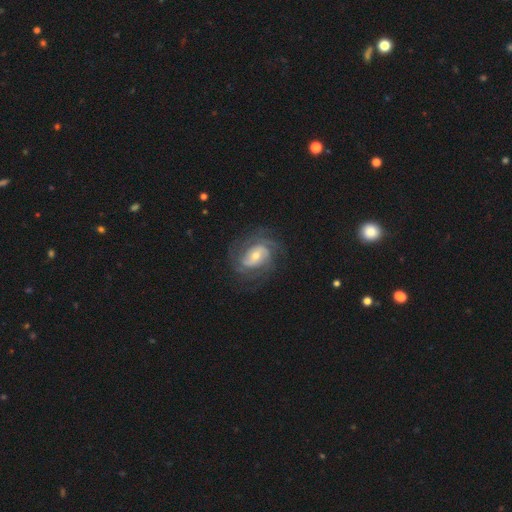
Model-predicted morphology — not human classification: The model was most divided on "bar": no: 44%, weak: 39%, strong: 17%. Remaining: edge-on disk — no (97%); spiral arms — yes (93%); smooth or featured — featured or disk (83%); merging — none (71%); bulge size — moderate (50%); spiral winding — tight (48%); spiral arm count — 2 (36%).